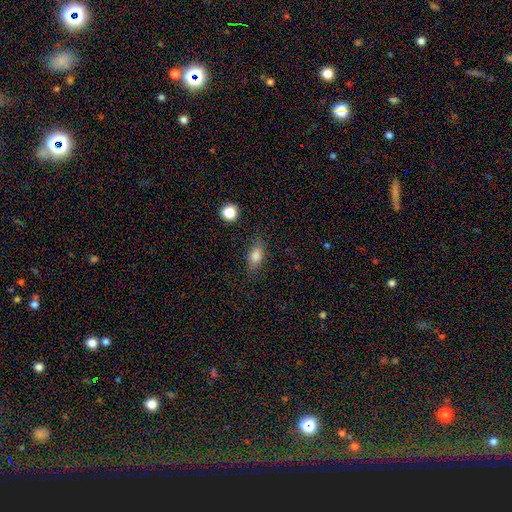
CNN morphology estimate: A smooth galaxy with no disk features (82%) that is in between round and cigar-shaped (82%). Merging: none (80%).